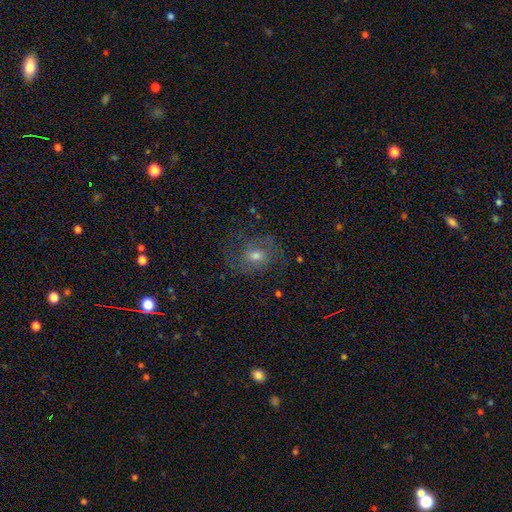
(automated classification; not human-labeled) A featured or disk galaxy (50%).

Vote fractions:
- Smooth or featured? featured or disk: 50% / smooth: 30% / star or artifact: 20%
- Edge-on disk? no: 96% / yes: 4%
- Merging? none: 68% / minor disturbance: 17% / major disturbance: 13% / merger: 1%